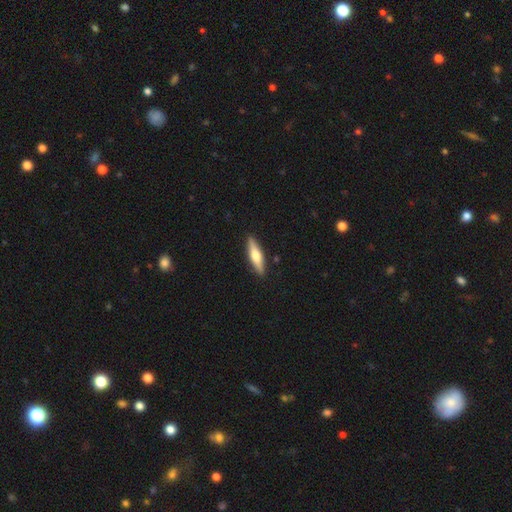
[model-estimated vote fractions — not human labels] Q: Smooth or featured?
A: featured or disk (49%); runner-up: smooth (46%)
Q: Merging?
A: none (90%); runner-up: minor disturbance (7%)